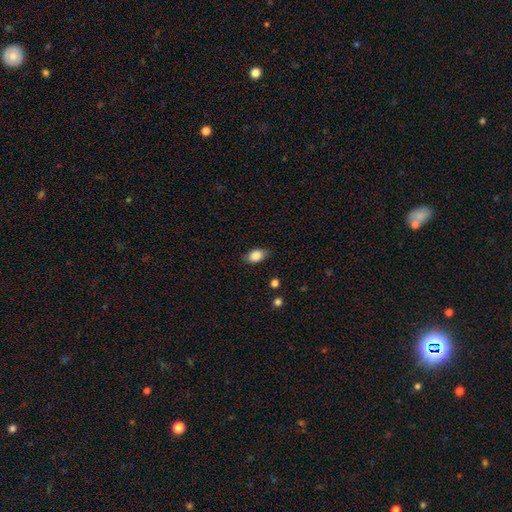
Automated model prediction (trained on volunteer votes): A smooth galaxy with no disk features (86%) that is in between round and cigar-shaped (85%). Merging: none (79%).